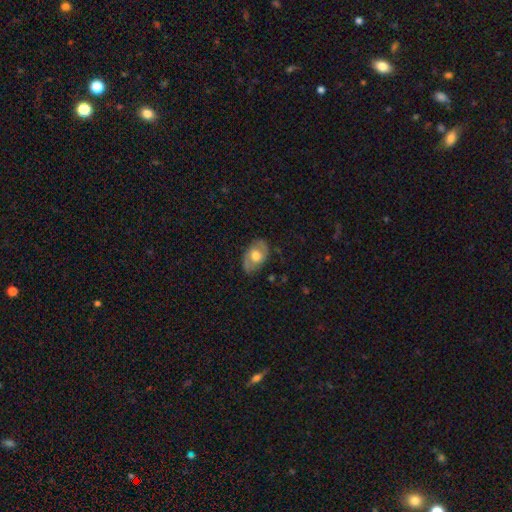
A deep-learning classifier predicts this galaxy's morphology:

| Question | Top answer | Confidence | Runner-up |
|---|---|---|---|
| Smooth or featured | smooth | 51% | featured or disk (43%) |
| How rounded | in between | 86% | round (13%) |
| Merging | none | 76% | minor disturbance (18%) |